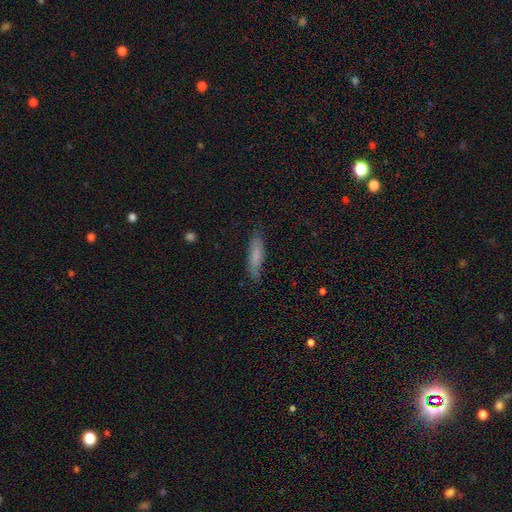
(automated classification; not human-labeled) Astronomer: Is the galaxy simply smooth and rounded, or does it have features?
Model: smooth — 75%.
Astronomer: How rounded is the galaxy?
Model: cigar-shaped — 69%.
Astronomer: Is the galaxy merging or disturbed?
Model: none — 80%.